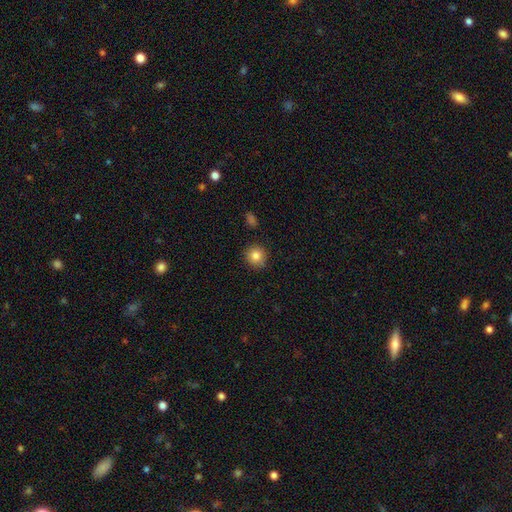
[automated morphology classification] This is clearly a smooth galaxy (84%). How rounded: clearly round (90%). Merging: clearly none (89%).